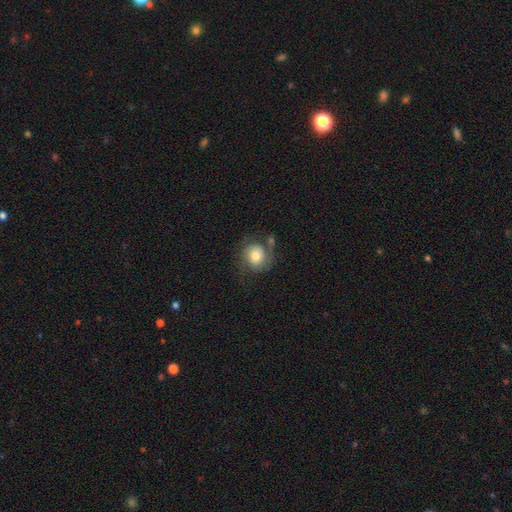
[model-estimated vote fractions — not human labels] Smooth or featured? smooth (61%)
How rounded? round (77%)
Merging? none (54%)